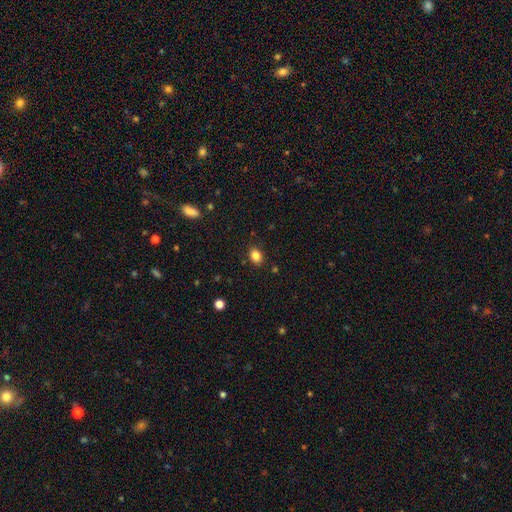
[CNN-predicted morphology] Smooth or featured: smooth — 84% (star or artifact — 11%)
How rounded: in between — 65% (round — 34%)
Merging: none — 87% (minor disturbance — 9%)